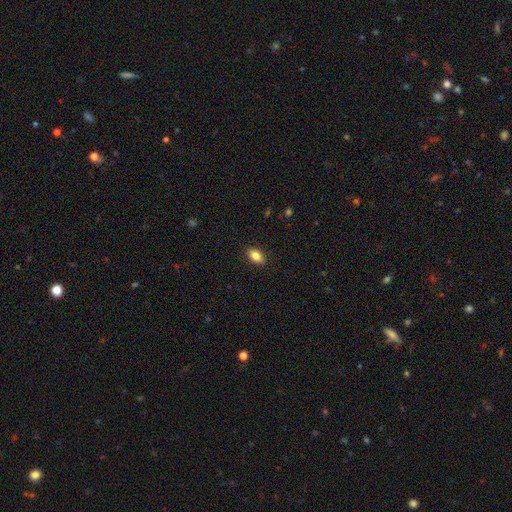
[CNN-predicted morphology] Smooth or featured: smooth — 84% (star or artifact — 8%)
How rounded: in between — 88% (round — 8%)
Merging: none — 89% (minor disturbance — 8%)